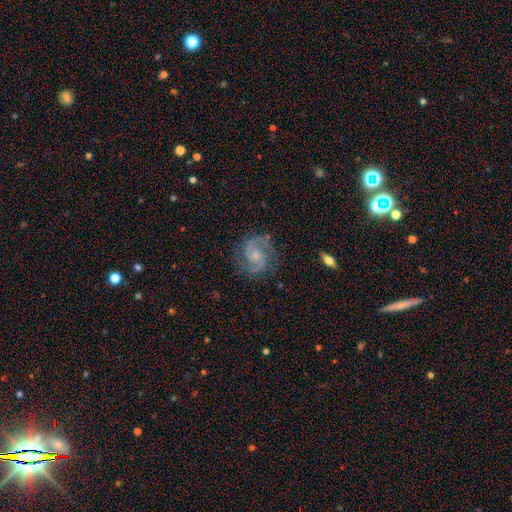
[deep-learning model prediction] Smooth or featured?
  - featured or disk: 89% *
  - star or artifact: 5%
  - smooth: 5%
Edge-on disk?
  - no: 98% *
  - yes: 2%
Bar?
  - no: 65% *
  - weak: 29%
  - strong: 6%
Spiral arms?
  - yes: 98% *
  - no: 2%
Spiral winding?
  - medium: 56% *
  - tight: 33%
  - loose: 11%
Spiral arm count?
  - 2: 92% *
  - can't tell: 2%
  - 3: 2%
  - 1: 1%
  - 4: 1%
  - more than 4: 1%
Bulge size?
  - small: 65% *
  - moderate: 25%
  - none: 7%
  - large: 2%
  - dominant: 1%
Merging?
  - none: 81% *
  - minor disturbance: 13%
  - major disturbance: 5%
  - merger: 1%